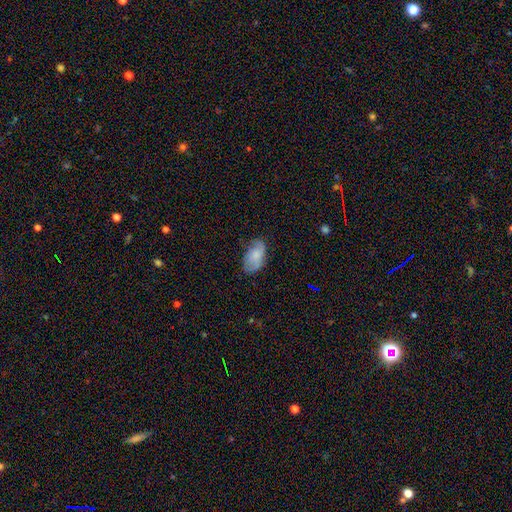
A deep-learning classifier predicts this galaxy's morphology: smooth-or-featured: smooth: 65% | featured or disk: 28% | star or artifact: 7%
  how-rounded: in between: 93% | round: 4% | cigar-shaped: 2%
  merging: none: 62% | minor disturbance: 28% | major disturbance: 9% | merger: 2%